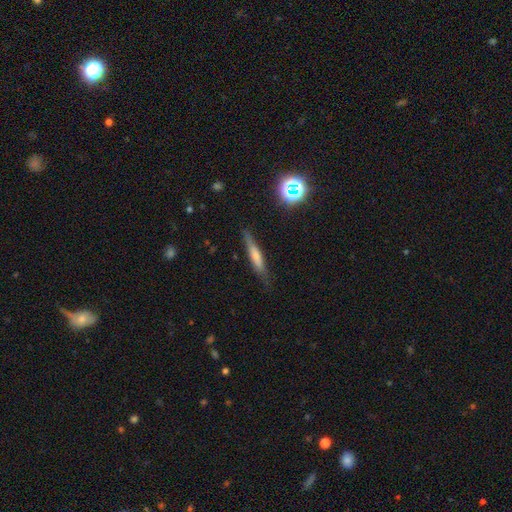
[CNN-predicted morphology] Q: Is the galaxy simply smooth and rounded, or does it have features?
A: featured or disk — 46%.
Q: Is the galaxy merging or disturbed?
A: none — 82%.